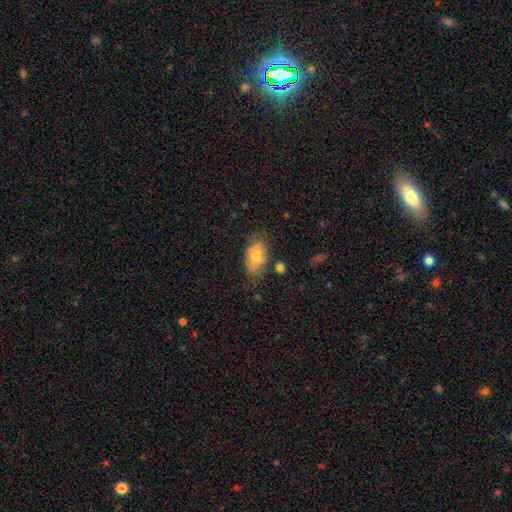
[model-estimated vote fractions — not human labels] This appears to be a smooth galaxy with no disk features (59%) that is in between round and cigar-shaped (90%). Merging: none (57%).